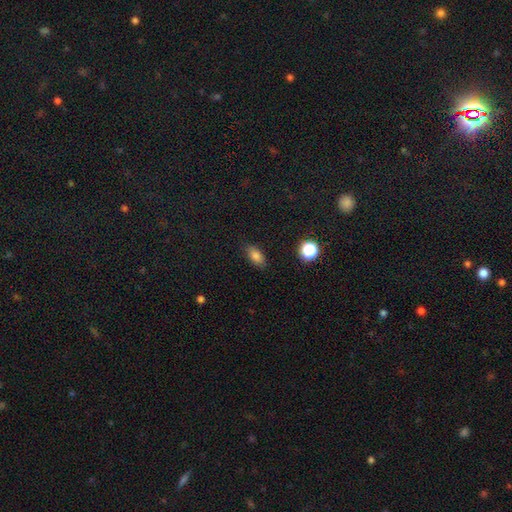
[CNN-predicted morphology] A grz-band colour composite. It shows a smooth galaxy with no disk features (80%) that is in between round and cigar-shaped (85%). Merging: none (85%).